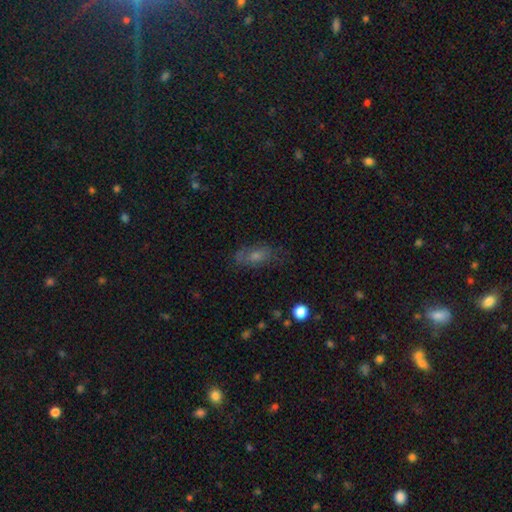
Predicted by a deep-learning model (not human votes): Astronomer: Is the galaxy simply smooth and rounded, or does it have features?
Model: smooth — 46% (runner-up: featured or disk, 31%).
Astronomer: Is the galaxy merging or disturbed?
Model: none — 69%.